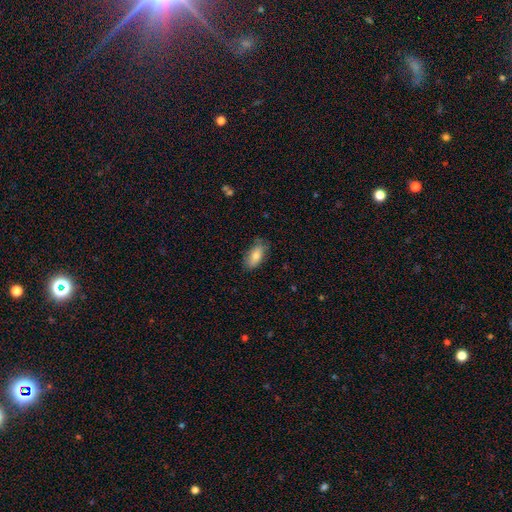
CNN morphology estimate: Smooth or featured? Predicted: smooth (p=0.78). How rounded? Predicted: in between (p=0.88). Merging? Predicted: none (p=0.72).